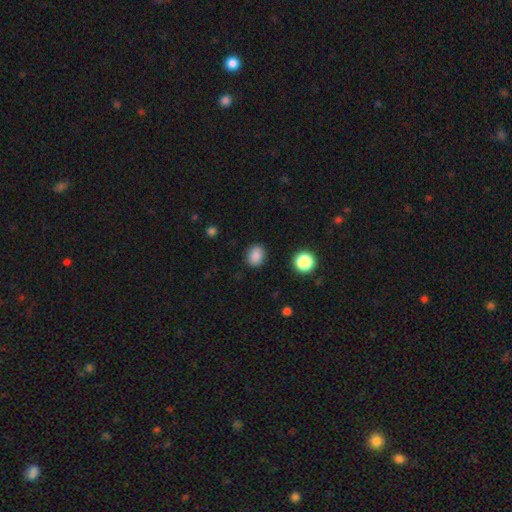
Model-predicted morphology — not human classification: smooth-or-featured: smooth: 86% | star or artifact: 10% | featured or disk: 4%
  how-rounded: round: 55% | in between: 44% | cigar-shaped: 1%
  merging: none: 87% | minor disturbance: 9% | major disturbance: 3% | merger: 1%